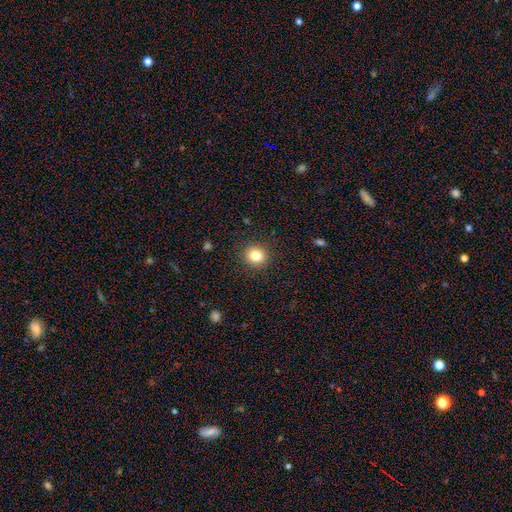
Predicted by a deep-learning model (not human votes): Smooth or featured?
  - smooth: 82% *
  - star or artifact: 12%
  - featured or disk: 7%
How rounded?
  - round: 87% *
  - in between: 12%
  - cigar-shaped: 1%
Merging?
  - none: 90% *
  - minor disturbance: 7%
  - major disturbance: 2%
  - merger: 1%